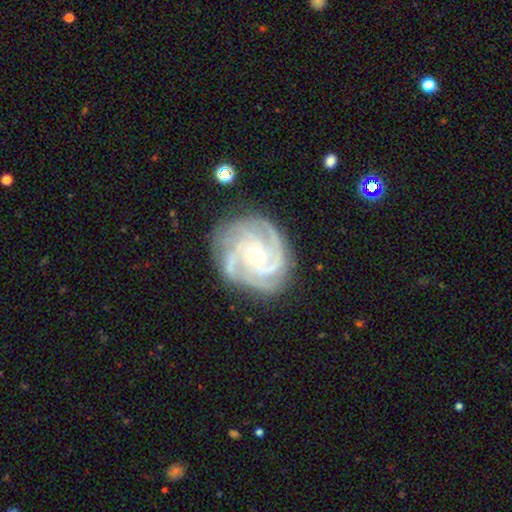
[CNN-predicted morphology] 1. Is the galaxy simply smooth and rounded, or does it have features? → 90% featured or disk, 5% star or artifact, 5% smooth.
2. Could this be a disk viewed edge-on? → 98% no, 2% yes.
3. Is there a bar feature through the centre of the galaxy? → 69% no, 24% weak, 7% strong.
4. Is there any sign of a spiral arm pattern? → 98% yes, 2% no.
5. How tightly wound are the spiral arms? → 65% tight, 31% medium, 4% loose.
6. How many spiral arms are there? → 35% 3, 34% 4, 11% can't tell, 8% 2, 7% more than 4, 5% 1.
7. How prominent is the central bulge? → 69% small, 28% moderate, 1% large, 1% none, 1% dominant.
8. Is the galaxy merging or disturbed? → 77% none, 16% minor disturbance, 5% major disturbance, 2% merger.